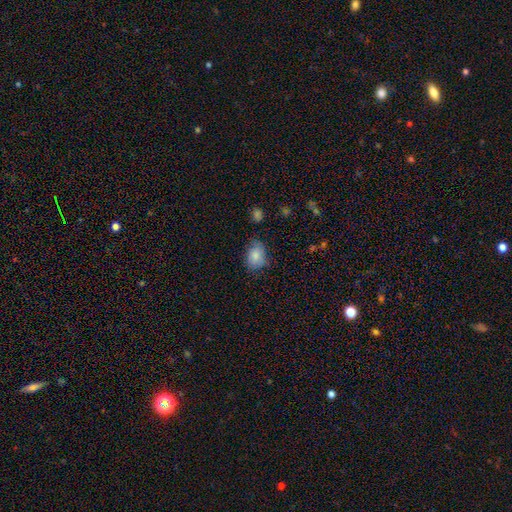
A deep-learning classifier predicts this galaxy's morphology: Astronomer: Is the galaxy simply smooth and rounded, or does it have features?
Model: smooth — 84%.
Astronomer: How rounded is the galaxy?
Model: in between — 72%.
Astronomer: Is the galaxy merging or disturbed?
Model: none — 68%.